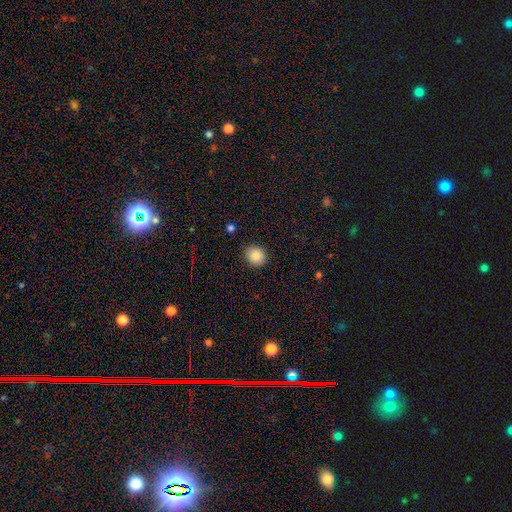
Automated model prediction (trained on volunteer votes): smooth_or_featured: smooth (p=0.87) [alt: star or artifact p=0.09]
how_rounded: round (p=0.80) [alt: in between p=0.19]
merging: none (p=0.89) [alt: minor disturbance p=0.08]